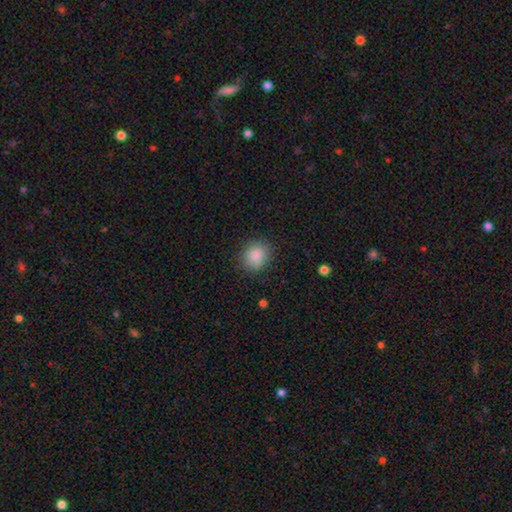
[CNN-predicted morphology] A smooth galaxy with no disk features (86%) that is round (73%). Merging: none (83%).